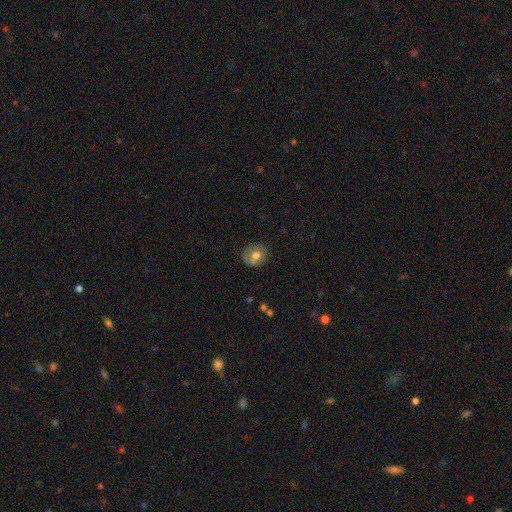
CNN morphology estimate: Overall: smooth (64%; featured or disk 27%). How rounded: round (74%). Merging: none (76%).